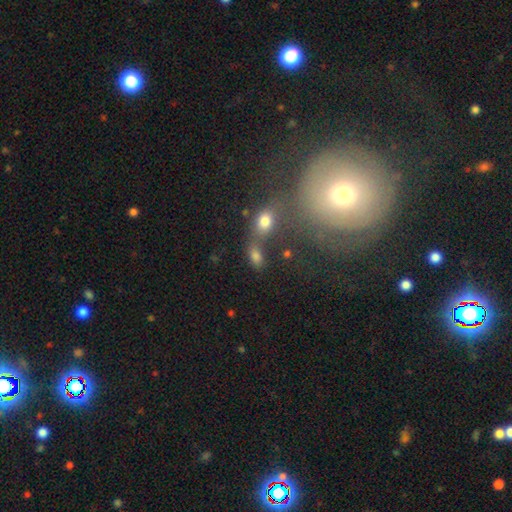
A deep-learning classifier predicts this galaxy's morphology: A smooth galaxy with no disk features (75%) that is in between round and cigar-shaped (82%). Merging: none (45%).